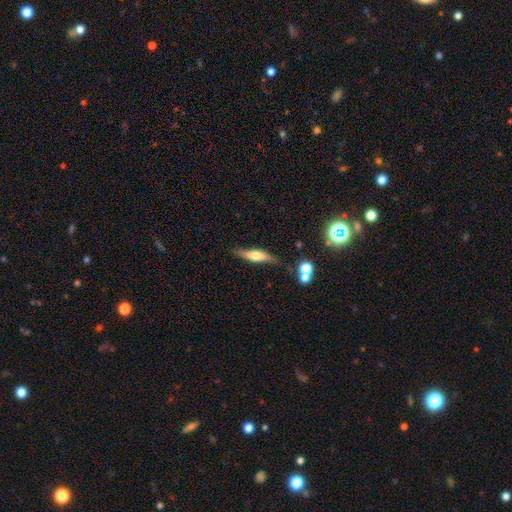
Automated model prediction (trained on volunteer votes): smooth-or-featured: featured or disk: 52% | smooth: 41% | star or artifact: 7%
  disk-edge-on: yes: 85% | no: 15%
  merging: none: 71% | minor disturbance: 19% | major disturbance: 5% | merger: 5%